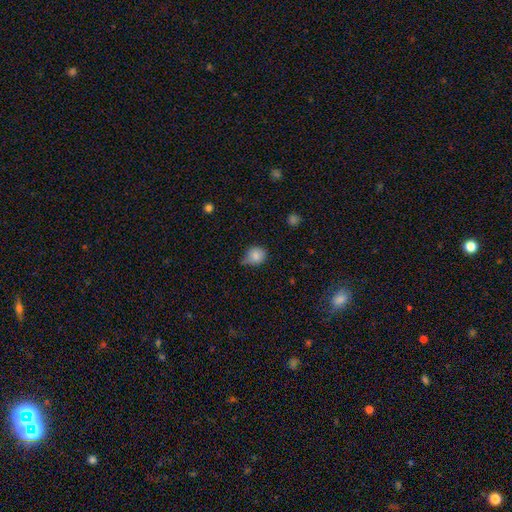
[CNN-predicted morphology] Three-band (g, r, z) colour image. It shows a smooth galaxy with no disk features (84%) that is round (69%). Merging: none (56%).